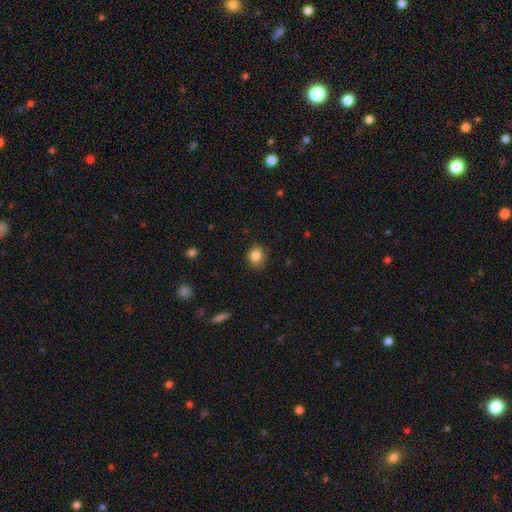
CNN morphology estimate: smooth_or_featured: smooth (p=0.84) [alt: star or artifact p=0.10]
how_rounded: round (p=0.69) [alt: in between p=0.30]
merging: none (p=0.84) [alt: minor disturbance p=0.12]